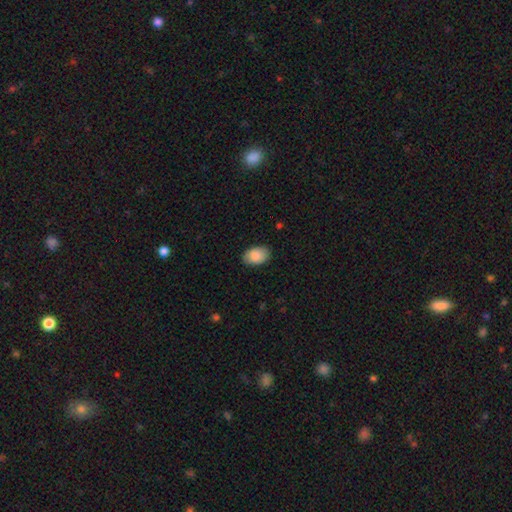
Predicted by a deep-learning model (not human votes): This is clearly a smooth galaxy (87%). How rounded: clearly in between (89%). Merging: clearly none (85%).